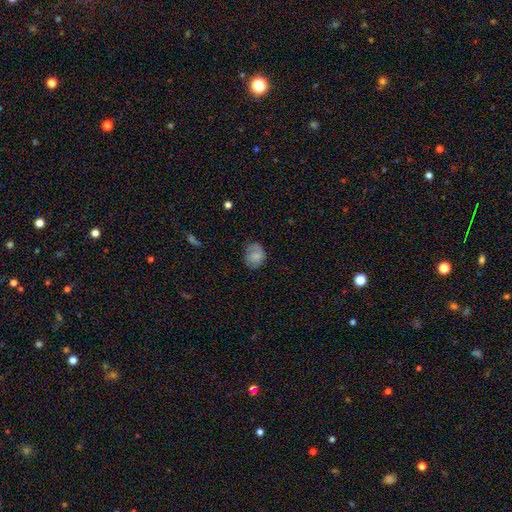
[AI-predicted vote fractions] Overall: smooth (75%). How rounded: round (50%; in between 49%). Merging: none (62%; minor disturbance 27%).